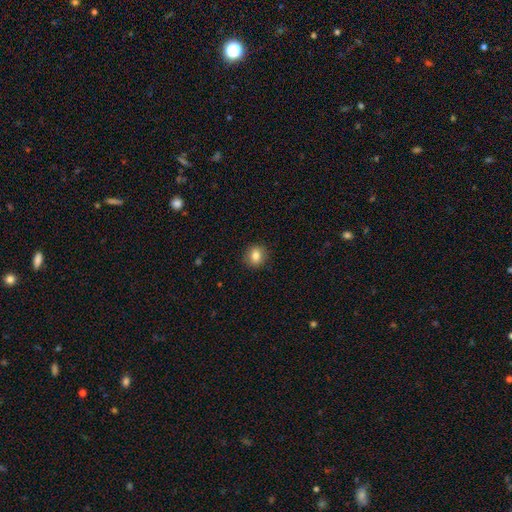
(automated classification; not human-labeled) smooth-or-featured: smooth: 82% | star or artifact: 10% | featured or disk: 8%
  how-rounded: round: 78% | in between: 21% | cigar-shaped: 1%
  merging: none: 89% | minor disturbance: 8% | major disturbance: 2% | merger: 1%